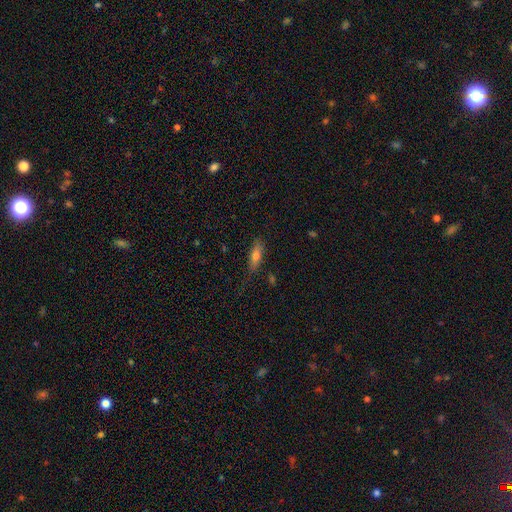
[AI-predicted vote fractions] A smooth galaxy with no disk features (63%) that is cigar-shaped (56%). Merging: none (73%).